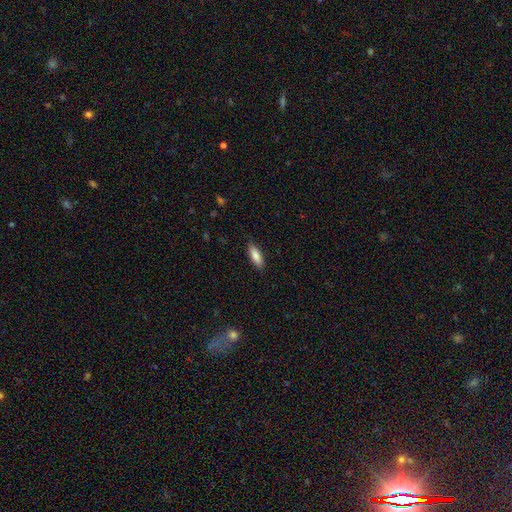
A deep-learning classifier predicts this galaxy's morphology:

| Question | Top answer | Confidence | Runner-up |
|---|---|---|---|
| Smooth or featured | smooth | 85% | featured or disk (9%) |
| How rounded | in between | 61% | cigar-shaped (37%) |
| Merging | none | 87% | minor disturbance (10%) |